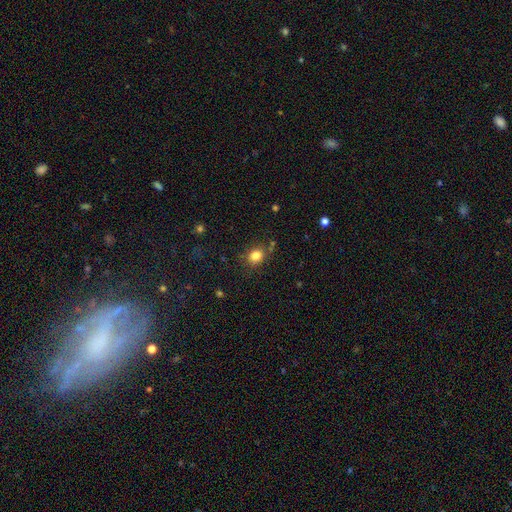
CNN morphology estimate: smooth-or-featured: smooth: 82% | star or artifact: 12% | featured or disk: 6%
  how-rounded: round: 64% | in between: 35% | cigar-shaped: 1%
  merging: none: 79% | minor disturbance: 13% | merger: 4% | major disturbance: 4%